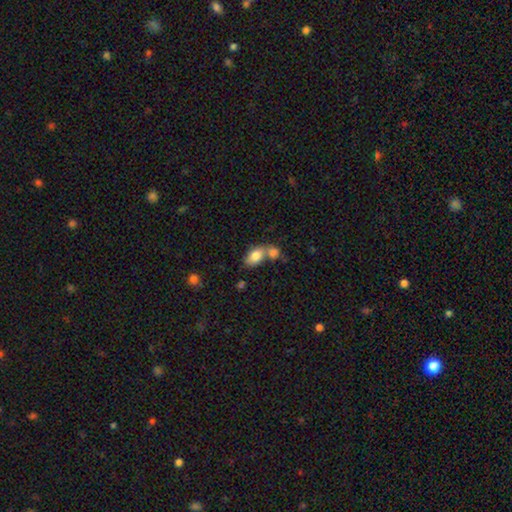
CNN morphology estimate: Smooth or featured? Predicted: smooth (p=0.81). How rounded? Predicted: in between (p=0.87). Merging? Predicted: merger (p=0.53).